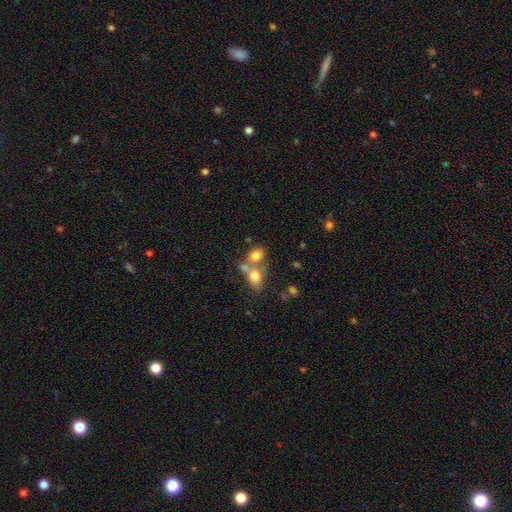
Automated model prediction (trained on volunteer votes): Smooth or featured? smooth (74%)
How rounded? in between (53%)
Merging? merger (52%)